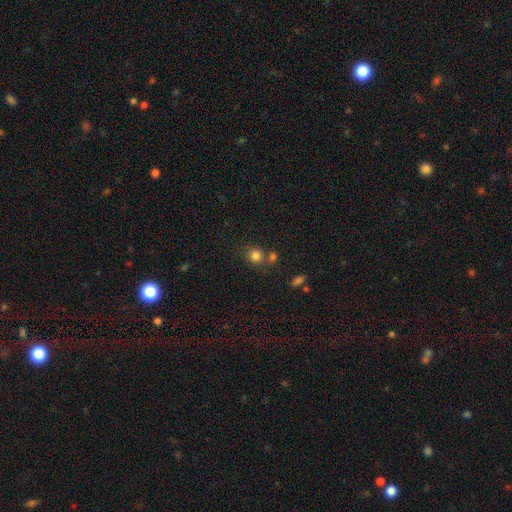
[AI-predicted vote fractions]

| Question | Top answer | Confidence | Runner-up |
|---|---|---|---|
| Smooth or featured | smooth | 81% | star or artifact (12%) |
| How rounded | round | 83% | in between (16%) |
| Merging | none | 62% | merger (22%) |